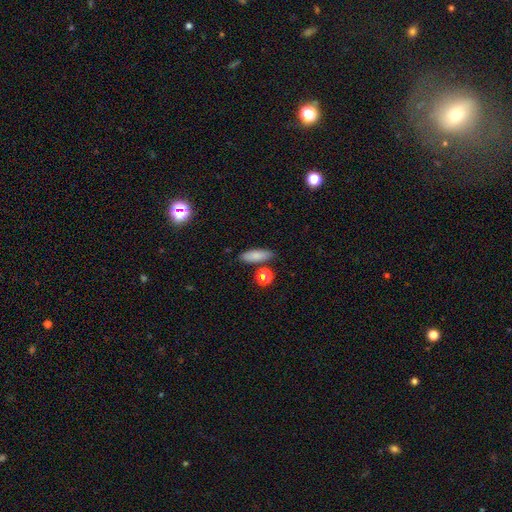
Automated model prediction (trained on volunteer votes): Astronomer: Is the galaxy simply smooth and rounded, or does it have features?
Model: smooth — 81%.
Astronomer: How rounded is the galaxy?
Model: in between — 62%.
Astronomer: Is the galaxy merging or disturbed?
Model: none — 79%.